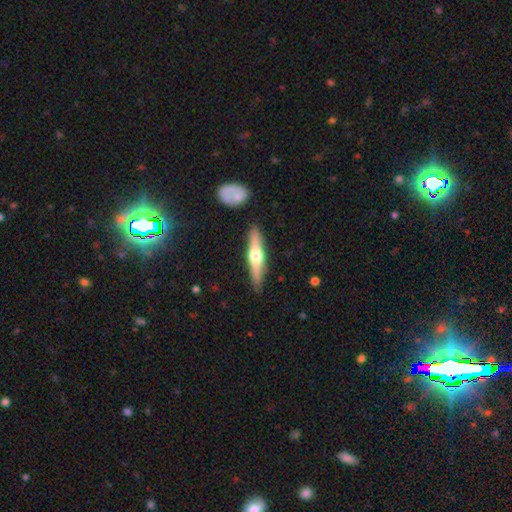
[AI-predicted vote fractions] This appears to be a featured or disk galaxy (61%) viewed edge-on (95%) with a rounded central bulge (94%). Merging: none (87%).